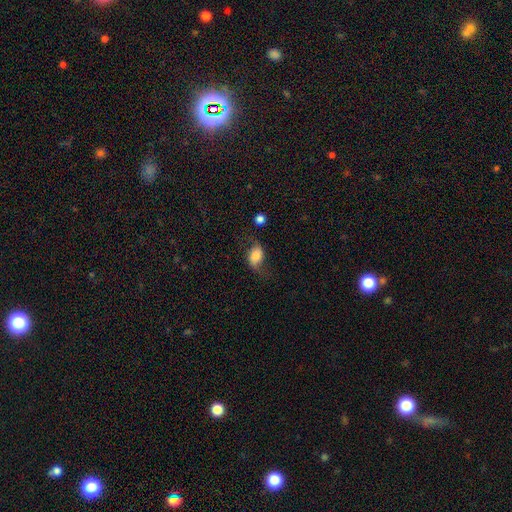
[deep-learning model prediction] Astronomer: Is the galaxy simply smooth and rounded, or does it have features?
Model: smooth — 59%.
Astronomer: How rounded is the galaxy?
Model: in between — 80%.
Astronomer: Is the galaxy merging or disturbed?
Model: none — 55%.